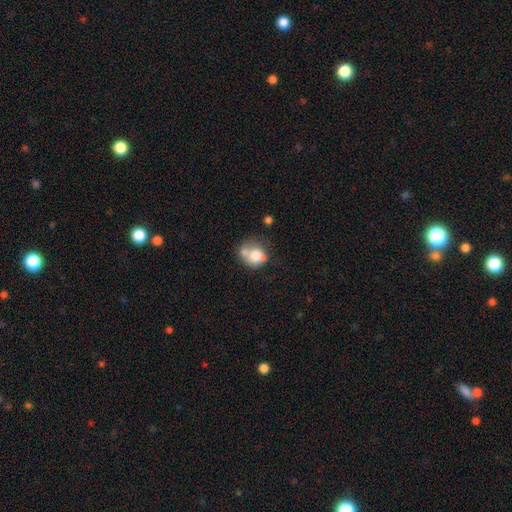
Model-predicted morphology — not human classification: A smooth galaxy with no disk features (70%) that is round (64%).

Vote fractions:
- Smooth or featured? smooth: 70% / featured or disk: 21% / star or artifact: 9%
- How rounded? round: 64% / in between: 35% / cigar-shaped: 1%
- Merging? merger: 38% / none: 33% / minor disturbance: 18% / major disturbance: 10%